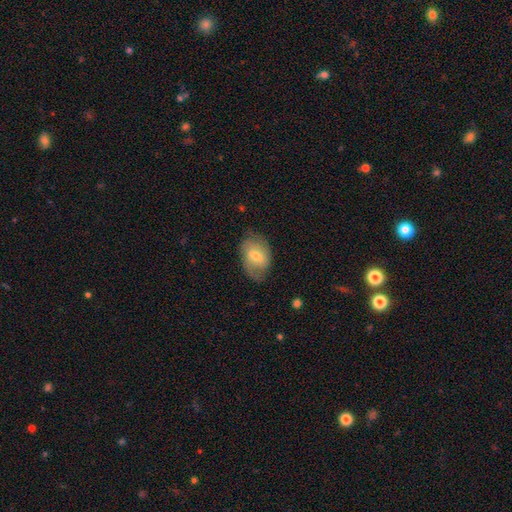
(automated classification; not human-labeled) Overall: smooth (49%; featured or disk 44%). Merging: none (68%).